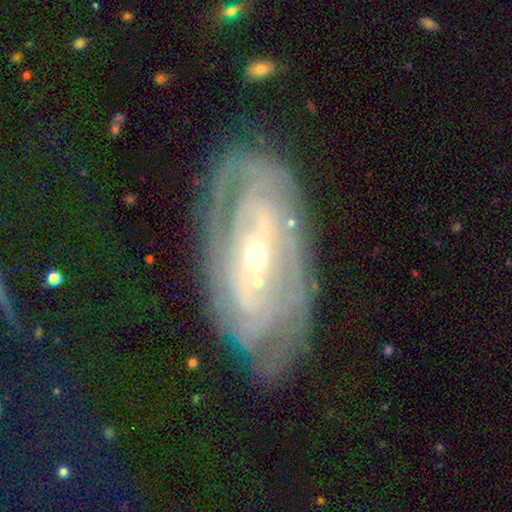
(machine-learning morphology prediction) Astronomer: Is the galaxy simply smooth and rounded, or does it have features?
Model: featured or disk — 85%.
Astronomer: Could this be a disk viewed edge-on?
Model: no — 92%.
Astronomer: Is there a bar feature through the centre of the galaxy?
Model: no — 38% (runner-up: weak, 34%).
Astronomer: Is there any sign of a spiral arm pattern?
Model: yes — 89%.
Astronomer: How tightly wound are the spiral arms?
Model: tight — 75%.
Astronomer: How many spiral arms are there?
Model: can't tell — 46% (runner-up: 2, 24%).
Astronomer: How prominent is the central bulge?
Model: small — 62%.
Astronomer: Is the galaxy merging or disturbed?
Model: none — 76%.